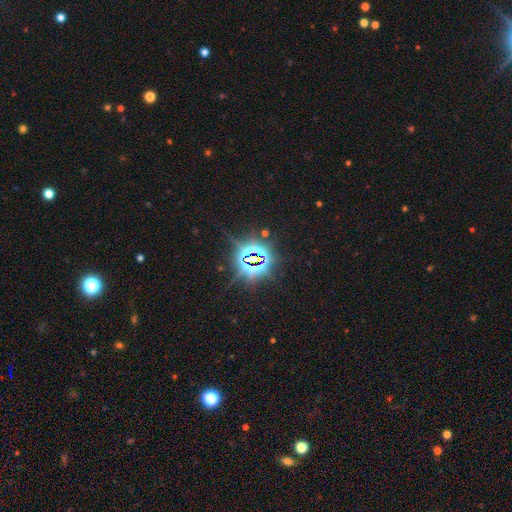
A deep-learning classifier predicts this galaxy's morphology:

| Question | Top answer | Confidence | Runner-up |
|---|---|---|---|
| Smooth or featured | star or artifact | 85% | featured or disk (8%) |